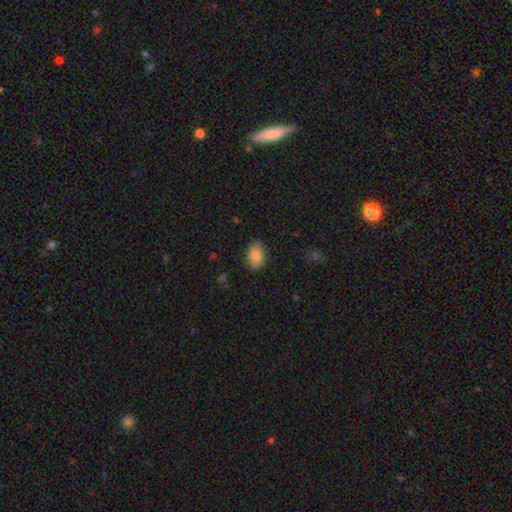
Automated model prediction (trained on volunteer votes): Smooth or featured: smooth — 85% (featured or disk — 7%)
How rounded: in between — 82% (round — 17%)
Merging: none — 81% (minor disturbance — 15%)